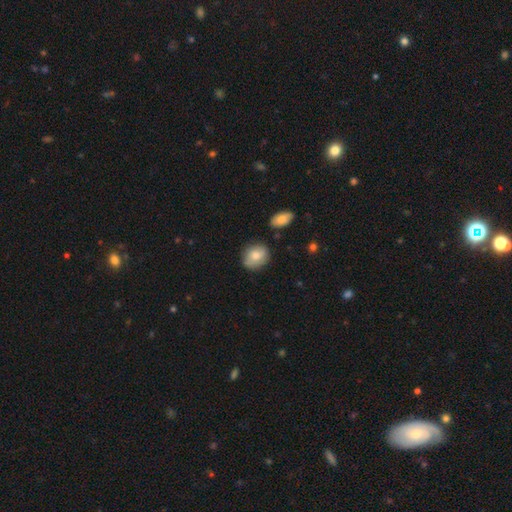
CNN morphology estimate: smooth 79%, featured or disk 14%, star or artifact 7%. Down the decision tree: how rounded — round (60%); merging — none (77%).